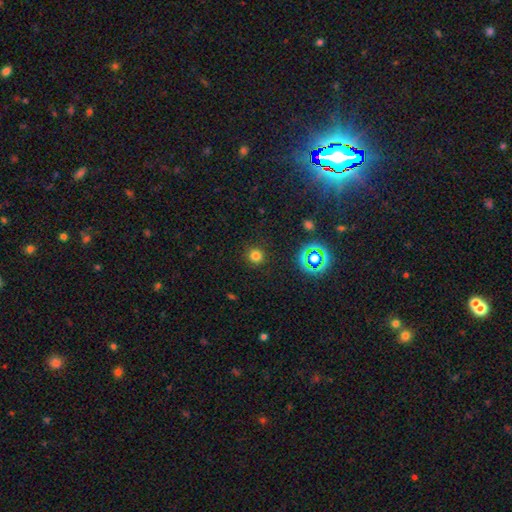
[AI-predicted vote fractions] Smooth or featured? smooth (75%)
How rounded? round (94%)
Merging? none (90%)